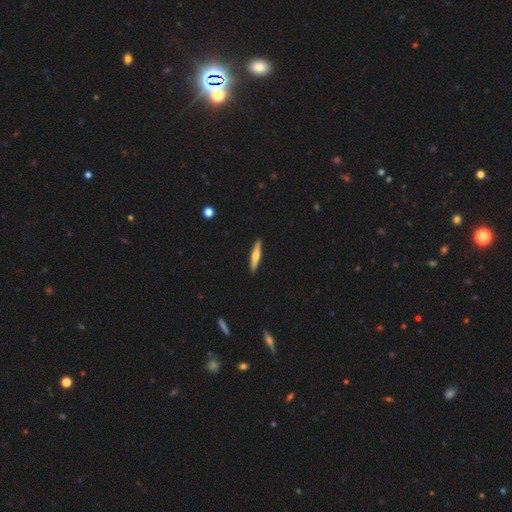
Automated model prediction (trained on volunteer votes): A featured or disk galaxy (49%).

Vote fractions:
- Smooth or featured? featured or disk: 49% / smooth: 46% / star or artifact: 5%
- Merging? none: 92% / minor disturbance: 6% / major disturbance: 1% / merger: 1%